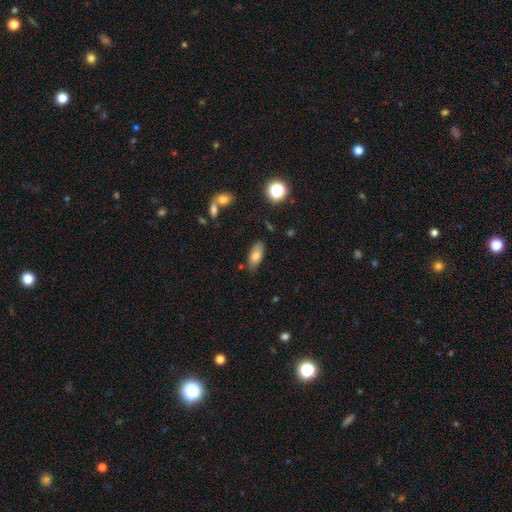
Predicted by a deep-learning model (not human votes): smooth 76%, featured or disk 15%, star or artifact 9%. Down the decision tree: how rounded — in between (89%); merging — none (79%).